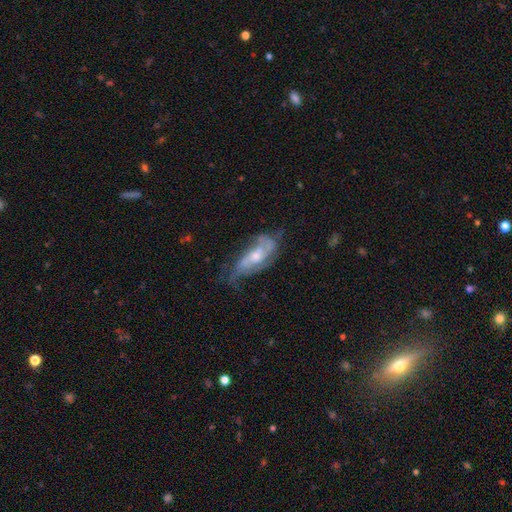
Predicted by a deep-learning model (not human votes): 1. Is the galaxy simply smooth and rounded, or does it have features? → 76% featured or disk, 17% smooth, 7% star or artifact.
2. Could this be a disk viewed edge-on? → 89% no, 11% yes.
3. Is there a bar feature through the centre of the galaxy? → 58% no, 33% weak, 9% strong.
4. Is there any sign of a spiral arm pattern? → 88% yes, 12% no.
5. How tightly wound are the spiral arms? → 43% medium, 32% tight, 25% loose.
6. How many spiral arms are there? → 44% 2, 26% can't tell, 18% 3, 5% 1, 4% 4, 3% more than 4.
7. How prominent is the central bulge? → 58% moderate, 31% small, 6% large, 3% none, 1% dominant.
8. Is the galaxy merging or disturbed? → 52% none, 27% minor disturbance, 19% major disturbance, 3% merger.